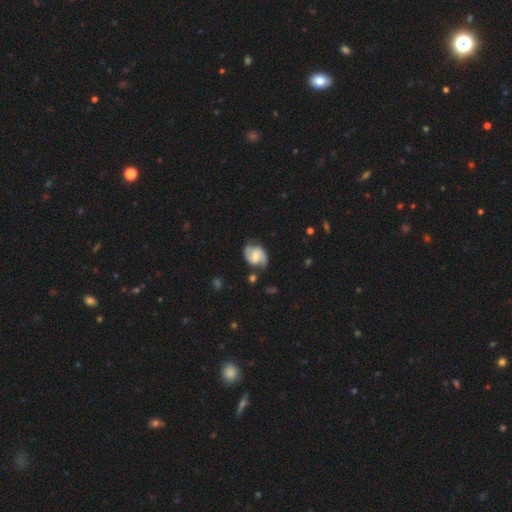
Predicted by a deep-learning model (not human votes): Smooth or featured? Predicted: featured or disk (p=0.74). Edge-on disk? Predicted: no (p=0.97). Bar? Predicted: weak (p=0.49). Spiral arms? Predicted: yes (p=0.93). Spiral winding? Predicted: medium (p=0.48). Spiral arm count? Predicted: 2 (p=0.87). Bulge size? Predicted: moderate (p=0.52). Merging? Predicted: none (p=0.67).